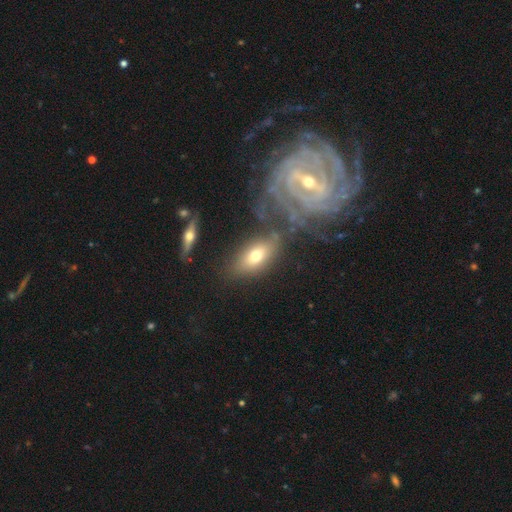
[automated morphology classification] A smooth galaxy with no disk features (64%) that is in between round and cigar-shaped (83%). Merging: none (68%).